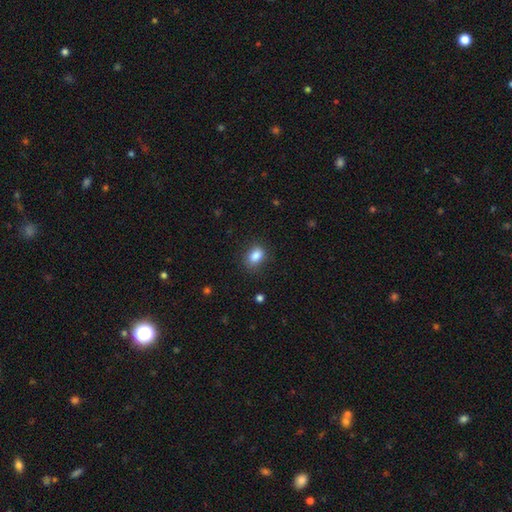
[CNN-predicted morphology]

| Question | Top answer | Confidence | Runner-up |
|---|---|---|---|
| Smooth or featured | smooth | 86% | star or artifact (9%) |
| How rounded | in between | 73% | round (25%) |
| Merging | none | 80% | minor disturbance (15%) |